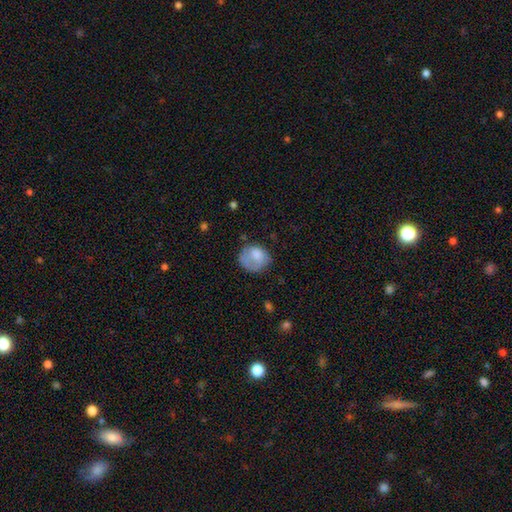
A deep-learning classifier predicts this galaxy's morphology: type=smooth (73%); roundness=round (65%); merging=none (45%).